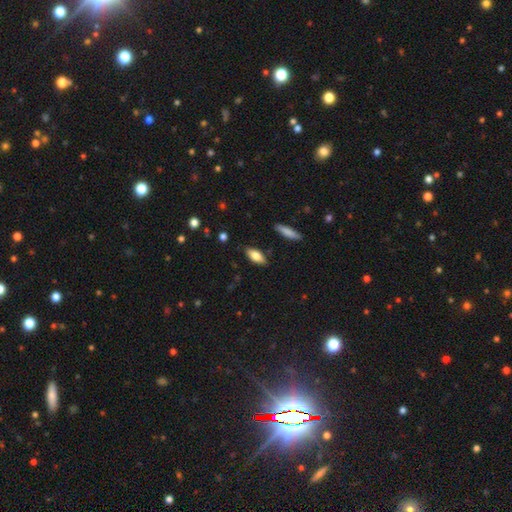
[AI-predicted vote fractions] smooth-or-featured: smooth: 80% | featured or disk: 14% | star or artifact: 7%
  how-rounded: in between: 83% | cigar-shaped: 15% | round: 2%
  merging: none: 85% | minor disturbance: 10% | major disturbance: 2% | merger: 2%